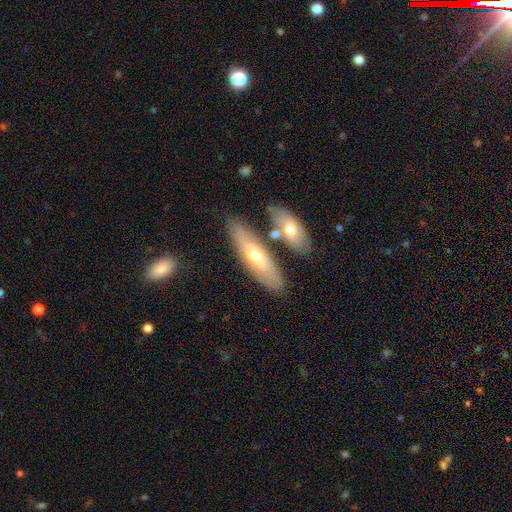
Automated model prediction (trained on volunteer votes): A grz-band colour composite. It shows a smooth galaxy with no disk features (49%). Merging: none (72%).